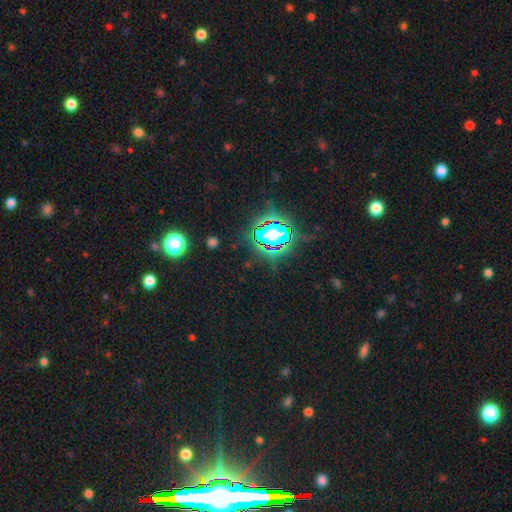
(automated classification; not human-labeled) star or artifact 77%, smooth 15%, featured or disk 8%.